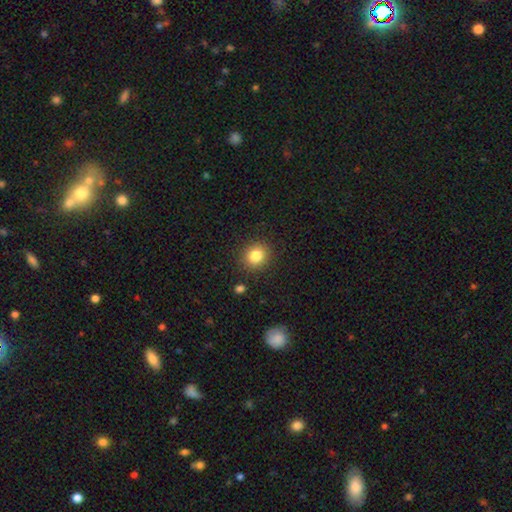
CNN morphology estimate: smooth 83%, star or artifact 11%, featured or disk 6%. Down the decision tree: how rounded — round (77%); merging — none (88%).